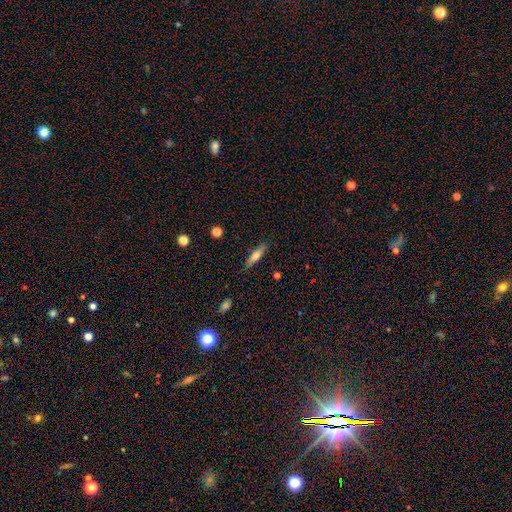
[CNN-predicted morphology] This appears to be a smooth galaxy with no disk features (66%) that is cigar-shaped (76%). Merging: none (86%).